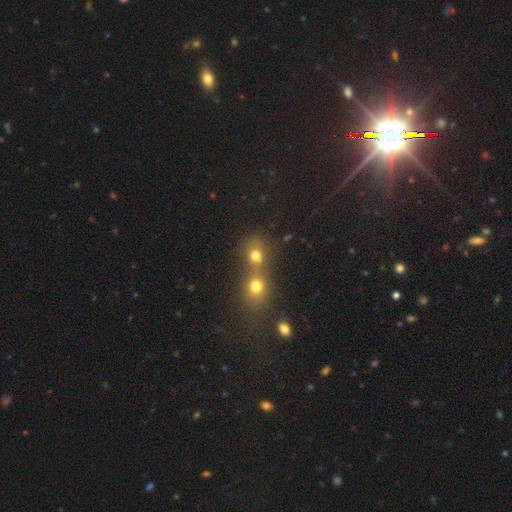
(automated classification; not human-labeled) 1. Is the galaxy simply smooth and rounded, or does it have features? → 72% smooth, 18% star or artifact, 11% featured or disk.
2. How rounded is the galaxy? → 74% round, 25% in between, 1% cigar-shaped.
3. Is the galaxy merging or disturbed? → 60% merger, 31% none, 6% minor disturbance, 4% major disturbance.